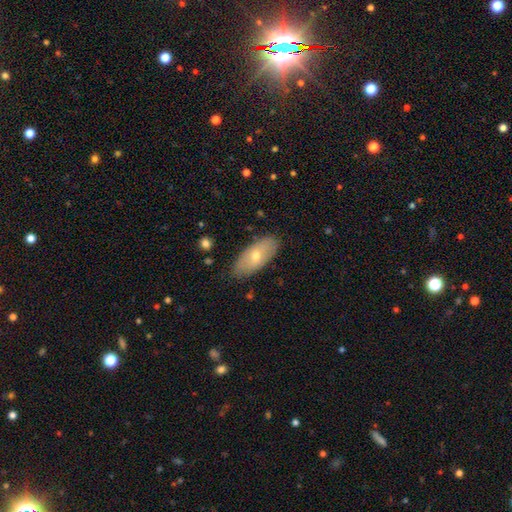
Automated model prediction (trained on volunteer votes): smooth 59%, featured or disk 34%, star or artifact 7%. Down the decision tree: how rounded — in between (86%); merging — none (83%).